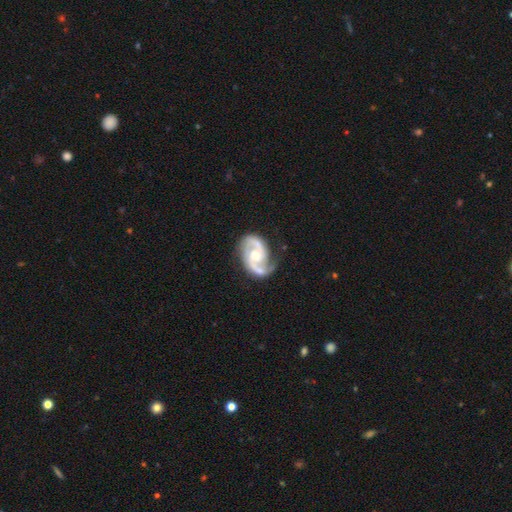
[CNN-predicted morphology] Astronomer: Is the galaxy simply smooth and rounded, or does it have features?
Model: featured or disk — 91%.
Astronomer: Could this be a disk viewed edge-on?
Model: no — 98%.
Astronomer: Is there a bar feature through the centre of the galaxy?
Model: no — 53% (runner-up: weak, 36%).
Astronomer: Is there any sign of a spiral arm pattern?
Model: yes — 98%.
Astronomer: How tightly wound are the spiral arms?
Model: medium — 58%.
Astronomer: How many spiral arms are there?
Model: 2 — 92%.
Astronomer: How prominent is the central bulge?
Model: moderate — 69%.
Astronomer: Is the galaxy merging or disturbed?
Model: none — 72%.